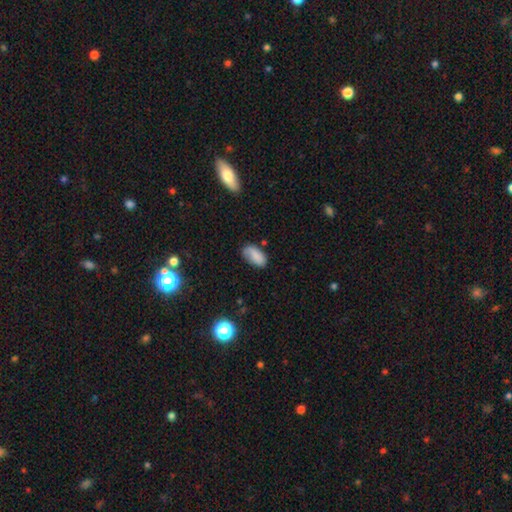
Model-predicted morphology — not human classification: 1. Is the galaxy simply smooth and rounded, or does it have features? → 81% smooth, 10% featured or disk, 9% star or artifact.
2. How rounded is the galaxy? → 93% in between, 4% cigar-shaped, 3% round.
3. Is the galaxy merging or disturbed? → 69% none, 23% minor disturbance, 6% major disturbance, 3% merger.